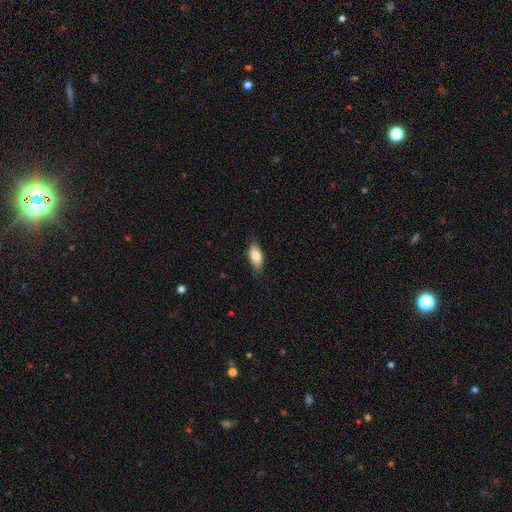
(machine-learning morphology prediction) smooth 80%, featured or disk 14%, star or artifact 6%. Down the decision tree: how rounded — in between (85%); merging — none (82%).